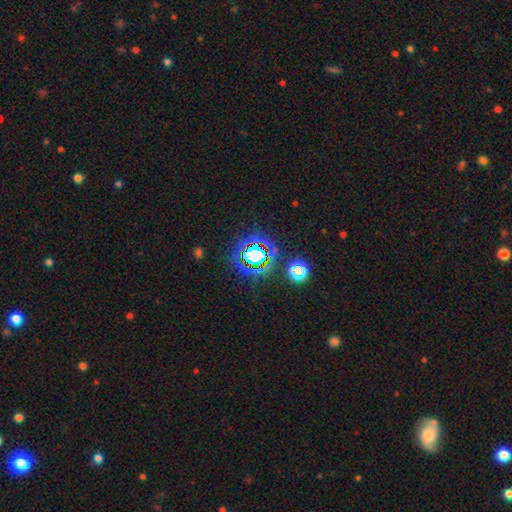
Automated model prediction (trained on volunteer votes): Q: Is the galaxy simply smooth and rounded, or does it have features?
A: star or artifact — 69%.